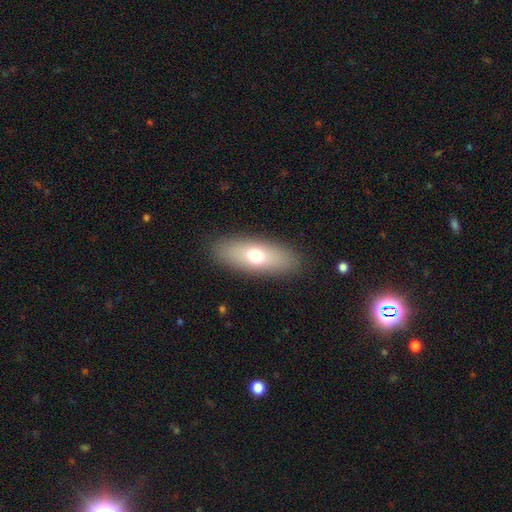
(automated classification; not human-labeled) Q: Smooth or featured?
A: smooth (68%); runner-up: featured or disk (24%)
Q: How rounded?
A: in between (72%); runner-up: cigar-shaped (24%)
Q: Merging?
A: none (88%); runner-up: minor disturbance (8%)